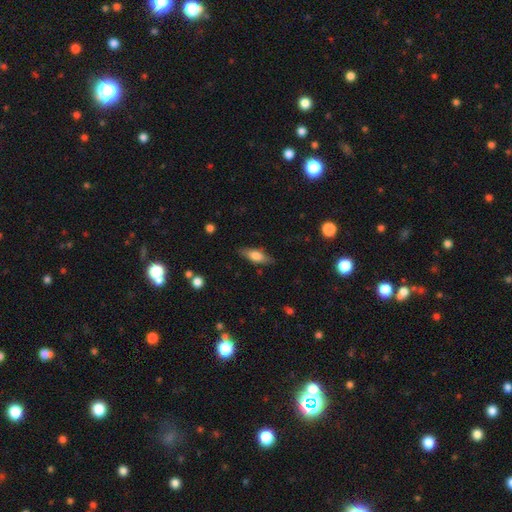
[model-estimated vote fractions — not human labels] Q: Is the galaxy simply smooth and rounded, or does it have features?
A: smooth — 65%.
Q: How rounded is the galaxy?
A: in between — 64%.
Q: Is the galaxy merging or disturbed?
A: none — 82%.